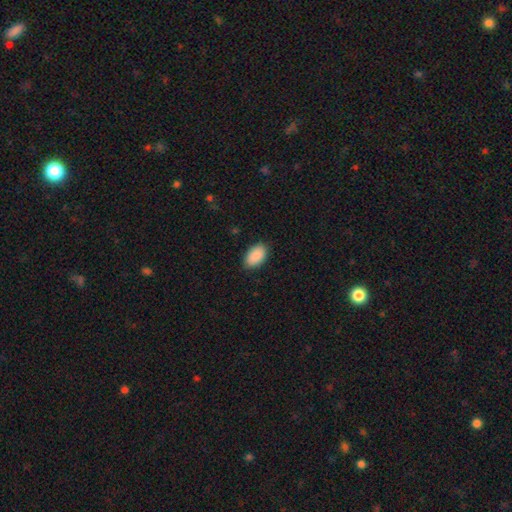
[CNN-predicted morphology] A smooth galaxy with no disk features (90%) that is in between round and cigar-shaped (93%). Merging: none (86%).